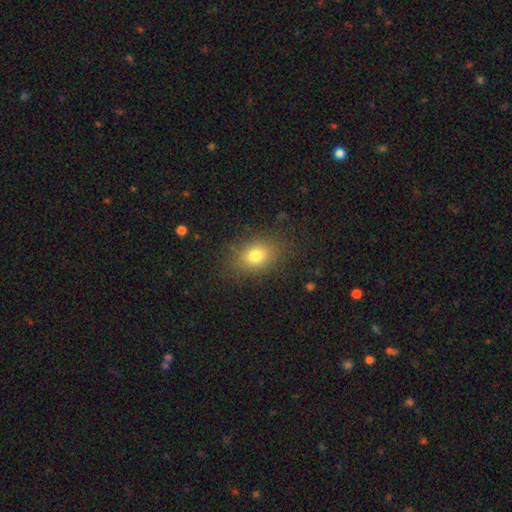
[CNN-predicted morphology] This appears to be a smooth galaxy with no disk features (78%) that is in between round and cigar-shaped (70%). Merging: none (83%).